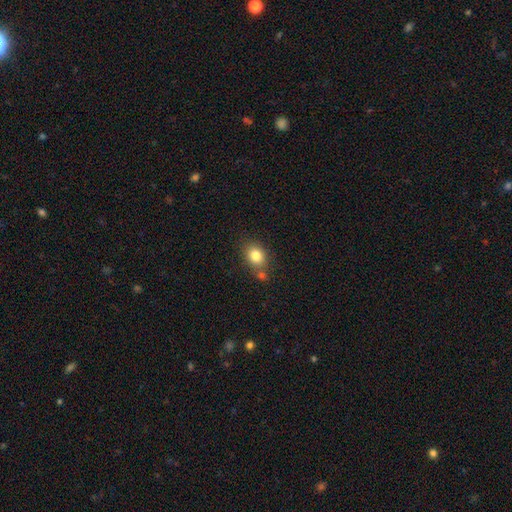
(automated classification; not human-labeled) A smooth galaxy with no disk features (81%) that is round (50%). Merging: none (65%).